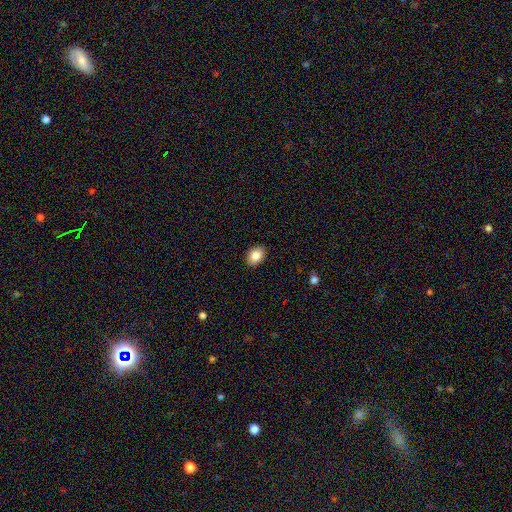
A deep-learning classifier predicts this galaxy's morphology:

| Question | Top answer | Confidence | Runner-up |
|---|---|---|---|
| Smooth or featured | smooth | 85% | star or artifact (8%) |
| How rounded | in between | 73% | round (26%) |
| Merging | none | 90% | minor disturbance (8%) |